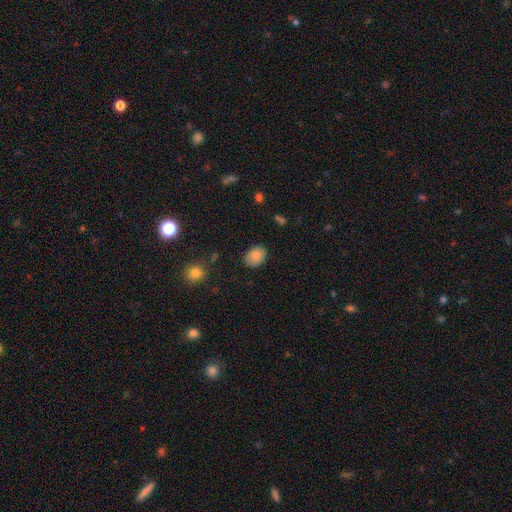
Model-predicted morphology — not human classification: This is clearly a smooth galaxy (85%). How rounded: likely in between (76%). Merging: clearly none (85%).